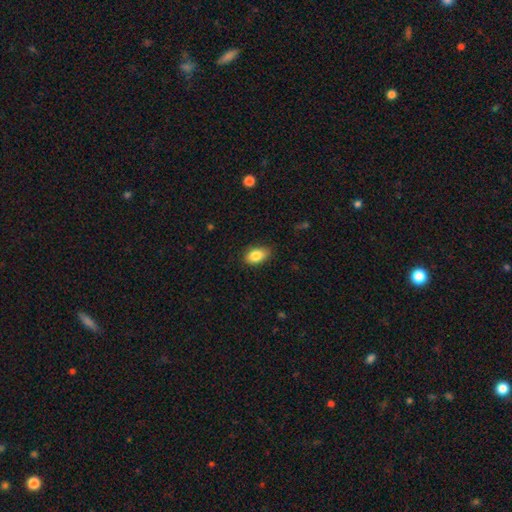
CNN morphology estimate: The model was most divided on "merging": none: 85%, minor disturbance: 12%, major disturbance: 2%, merger: 1%. More confident: how rounded — in between (89%); smooth or featured — smooth (85%).